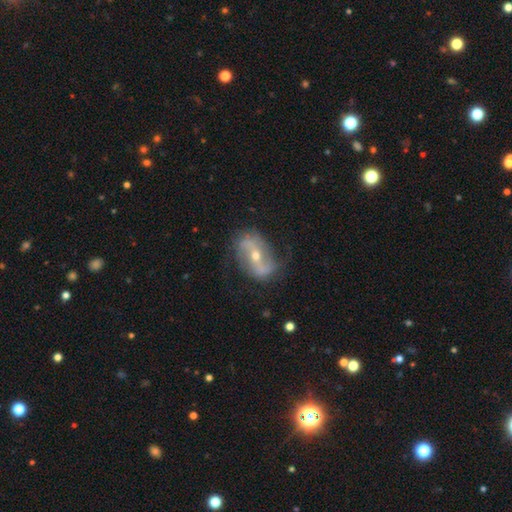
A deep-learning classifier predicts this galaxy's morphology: A featured or disk galaxy (83%) with a strong bar (50%), 2 (90%) loose (60%) spiral arms (88%) and a small central bulge (50%).

Vote fractions:
- Smooth or featured? featured or disk: 83% / smooth: 11% / star or artifact: 7%
- Edge-on disk? no: 93% / yes: 7%
- Bar? strong: 50% / weak: 28% / no: 22%
- Spiral arms? yes: 88% / no: 12%
- Spiral winding? loose: 60% / medium: 27% / tight: 13%
- Spiral arm count? 2: 90% / can't tell: 5% / 1: 2% / 3: 1% / 4: 1% / more than 4: 1%
- Bulge size? small: 50% / moderate: 47% / large: 1% / none: 1% / dominant: 1%
- Merging? none: 76% / minor disturbance: 16% / major disturbance: 6% / merger: 2%